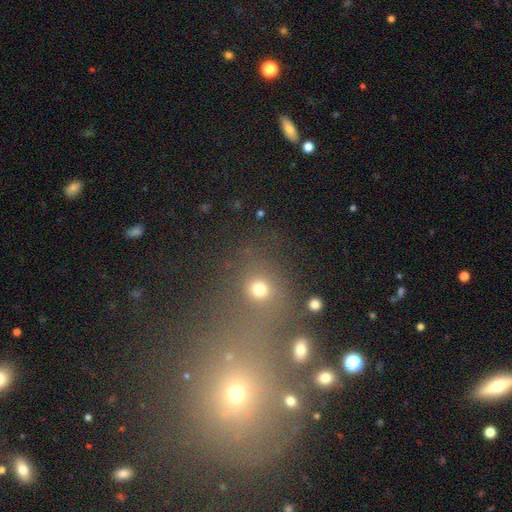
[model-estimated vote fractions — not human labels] star or artifact 48%, smooth 42%, featured or disk 10%.